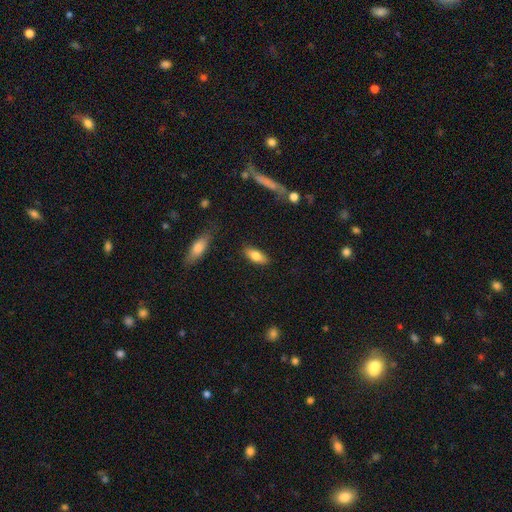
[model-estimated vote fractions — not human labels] Smooth or featured? Predicted: smooth (p=0.80). How rounded? Predicted: in between (p=0.78). Merging? Predicted: none (p=0.85).